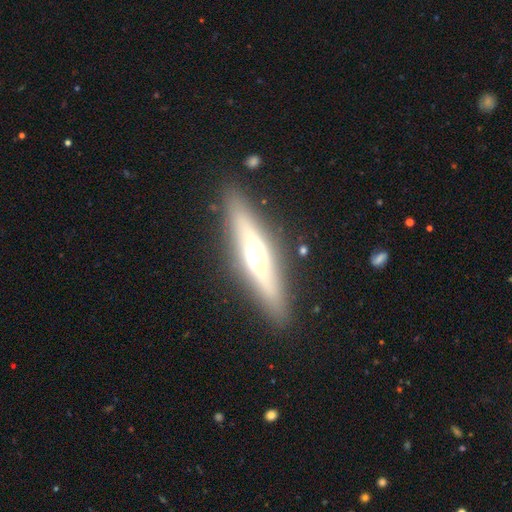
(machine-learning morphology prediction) Smooth or featured?
  - featured or disk: 66% *
  - smooth: 28%
  - star or artifact: 7%
Edge-on disk?
  - yes: 86% *
  - no: 14%
Edge-on bulge?
  - rounded: 86% *
  - none: 7%
  - boxy: 6%
Merging?
  - none: 86% *
  - minor disturbance: 9%
  - major disturbance: 3%
  - merger: 2%